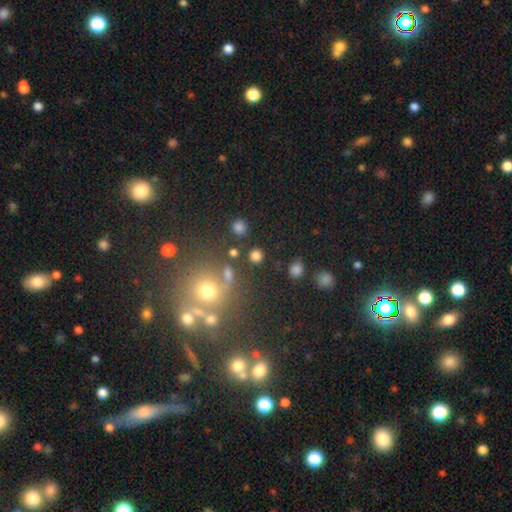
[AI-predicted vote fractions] Morphology: type=smooth (77%); roundness=round (88%); merging=none (82%).